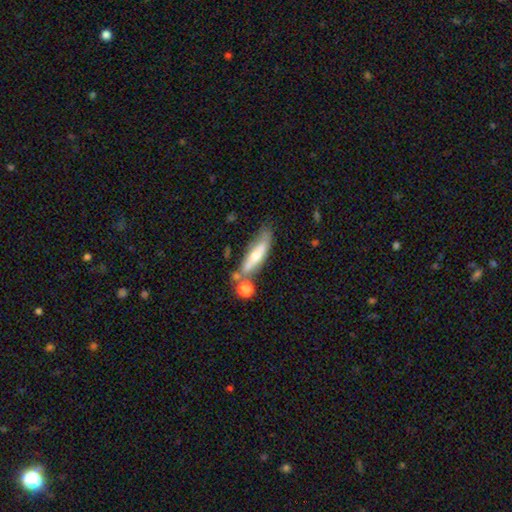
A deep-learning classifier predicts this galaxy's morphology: type=smooth (47%); merging=none (54%).